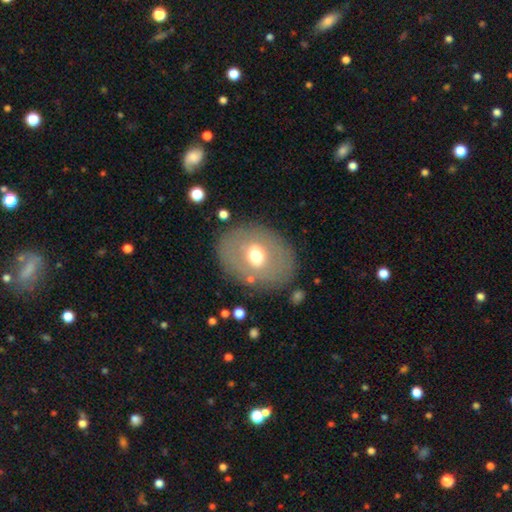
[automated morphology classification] The model was most divided on "smooth or featured": smooth: 53%, featured or disk: 39%, star or artifact: 8%. More confident: merging — none (82%); how rounded — in between (58%).